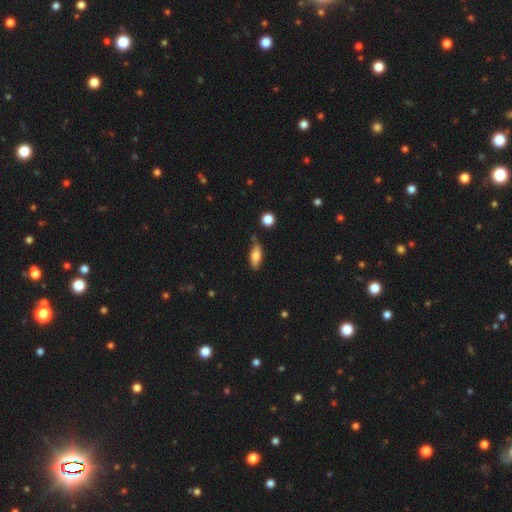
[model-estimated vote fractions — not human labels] The model was most divided on "how rounded": in between: 69%, cigar-shaped: 28%, round: 3%. More confident: merging — none (74%); smooth or featured — smooth (74%).